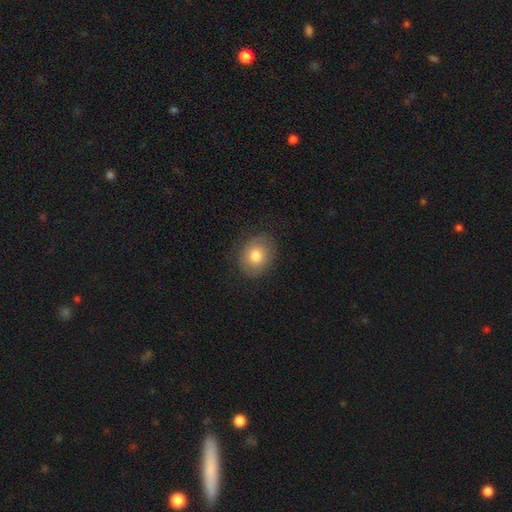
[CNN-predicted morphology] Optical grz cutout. It shows a smooth galaxy with no disk features (75%) that is round (61%). Merging: none (83%).